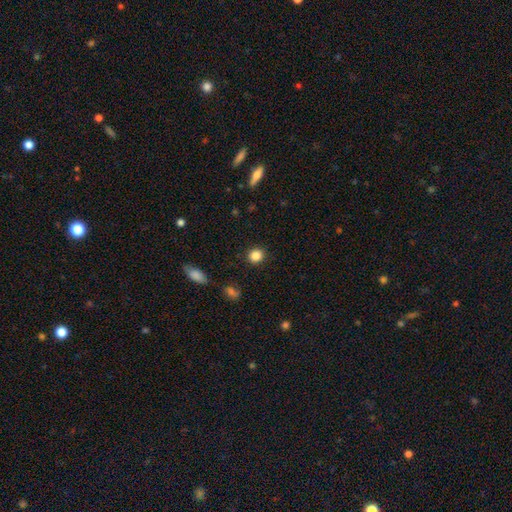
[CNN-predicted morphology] type=smooth (86%); roundness=round (85%); merging=none (90%).